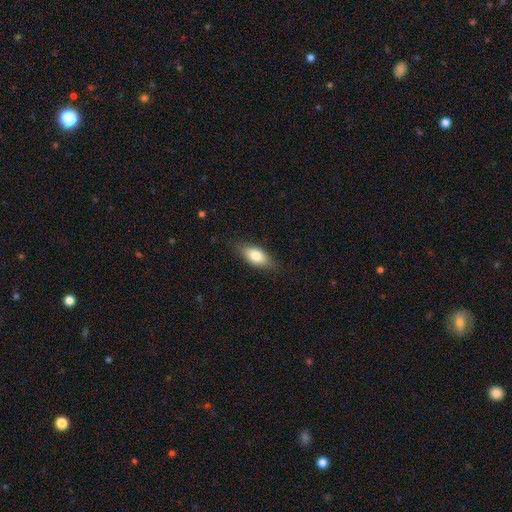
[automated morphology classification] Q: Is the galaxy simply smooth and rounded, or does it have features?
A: smooth — 77%.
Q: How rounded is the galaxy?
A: in between — 84%.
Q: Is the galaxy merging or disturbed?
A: none — 82%.